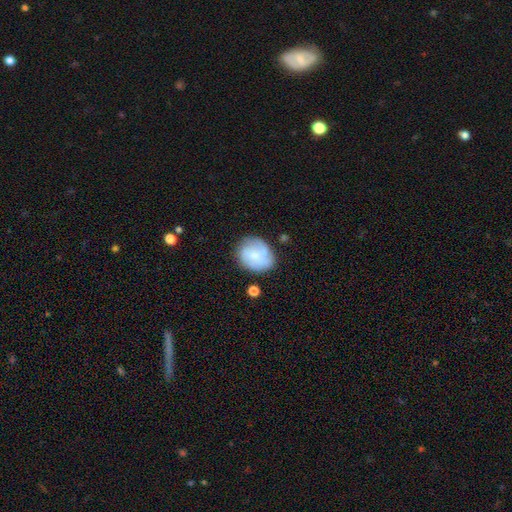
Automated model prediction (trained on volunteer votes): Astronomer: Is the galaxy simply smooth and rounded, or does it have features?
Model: smooth — 58% (runner-up: featured or disk, 34%).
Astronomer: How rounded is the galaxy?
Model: round — 55% (runner-up: in between, 44%).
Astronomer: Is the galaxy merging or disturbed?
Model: none — 66%.